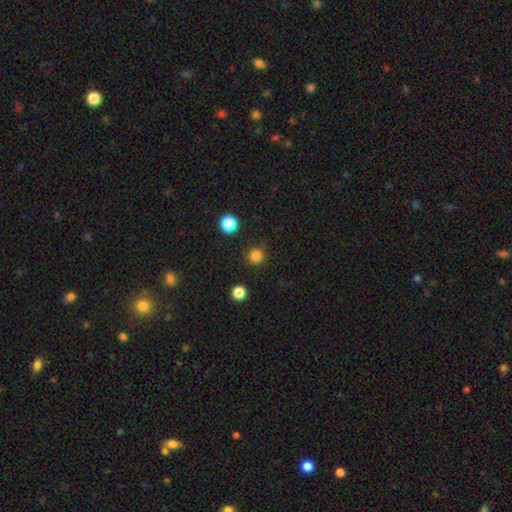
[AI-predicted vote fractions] This appears to be a smooth galaxy with no disk features (82%) that is round (94%). Merging: none (89%).